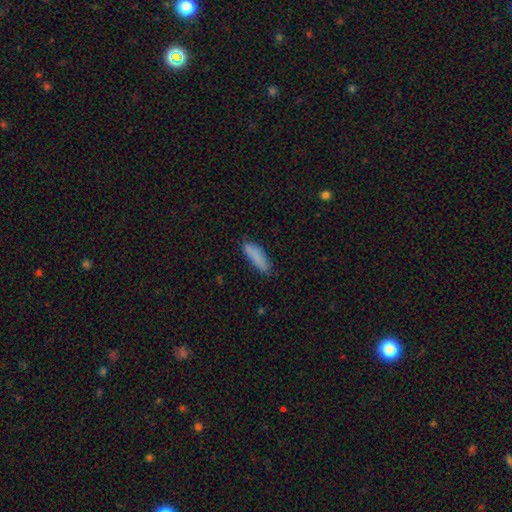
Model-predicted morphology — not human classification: Smooth or featured?
  - smooth: 84% *
  - featured or disk: 8%
  - star or artifact: 7%
How rounded?
  - cigar-shaped: 65% *
  - in between: 33%
  - round: 2%
Merging?
  - none: 76% *
  - minor disturbance: 18%
  - major disturbance: 4%
  - merger: 2%